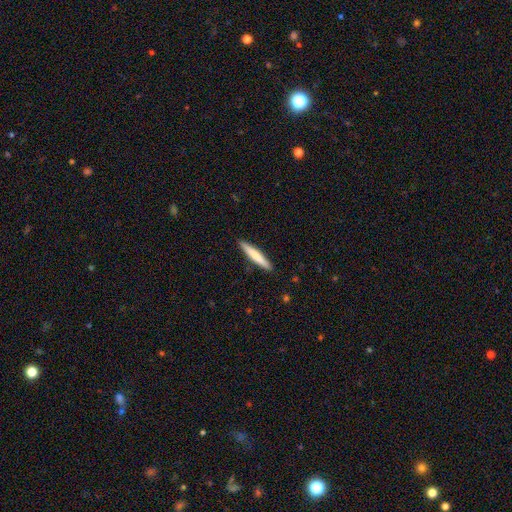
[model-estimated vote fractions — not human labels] Morphology: type=smooth (71%); roundness=cigar-shaped (94%); merging=none (91%).